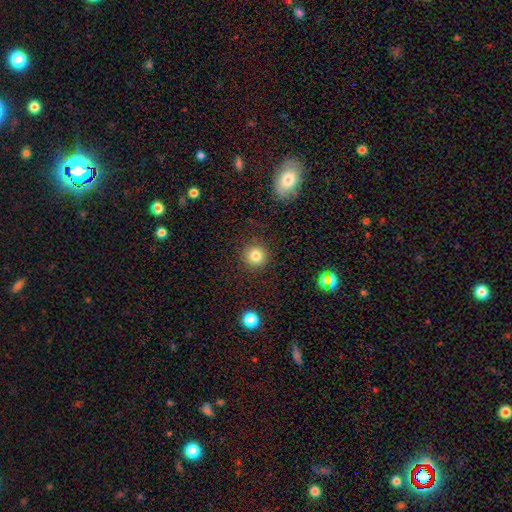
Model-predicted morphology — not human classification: Smooth or featured: smooth — 82% (star or artifact — 12%)
How rounded: round — 94% (in between — 5%)
Merging: none — 90% (minor disturbance — 6%)